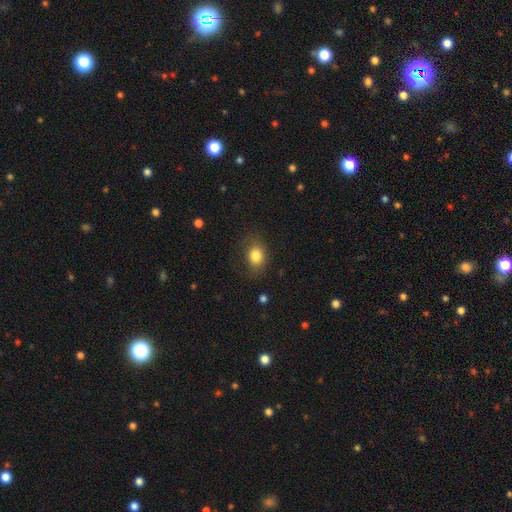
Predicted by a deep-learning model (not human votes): smooth 82%, star or artifact 10%, featured or disk 8%. Down the decision tree: how rounded — in between (52%); merging — none (74%).